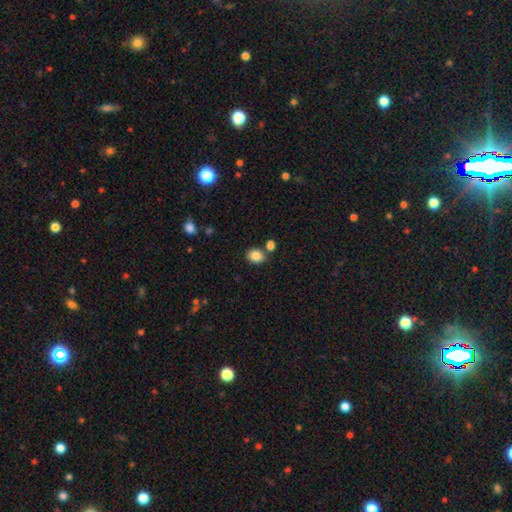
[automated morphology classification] type=smooth (85%); roundness=in between (52%); merging=none (73%).